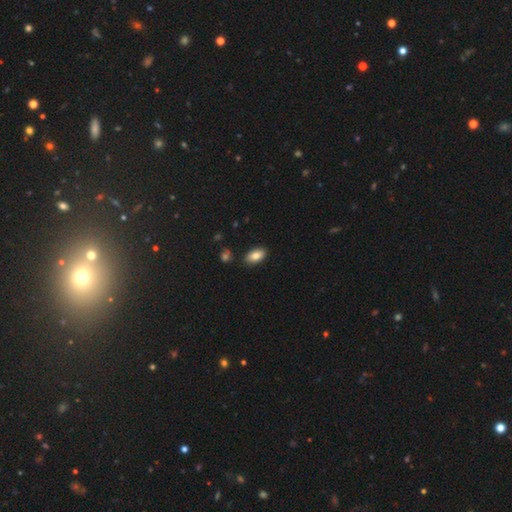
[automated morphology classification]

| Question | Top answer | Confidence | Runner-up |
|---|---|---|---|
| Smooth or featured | smooth | 84% | featured or disk (9%) |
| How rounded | in between | 93% | round (4%) |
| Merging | none | 86% | minor disturbance (10%) |